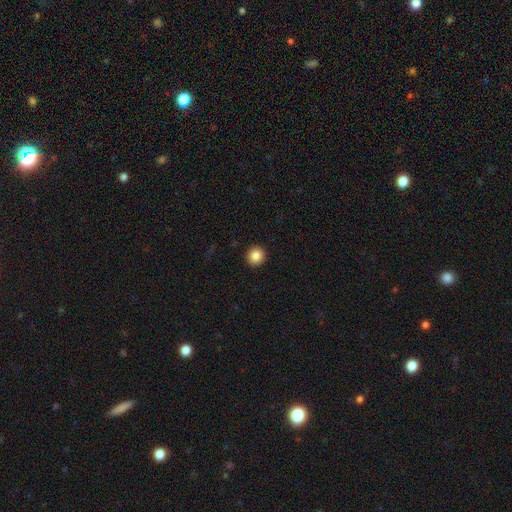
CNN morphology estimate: Q: Smooth or featured?
A: smooth (86%); runner-up: star or artifact (9%)
Q: How rounded?
A: round (93%); runner-up: in between (6%)
Q: Merging?
A: none (93%); runner-up: minor disturbance (4%)